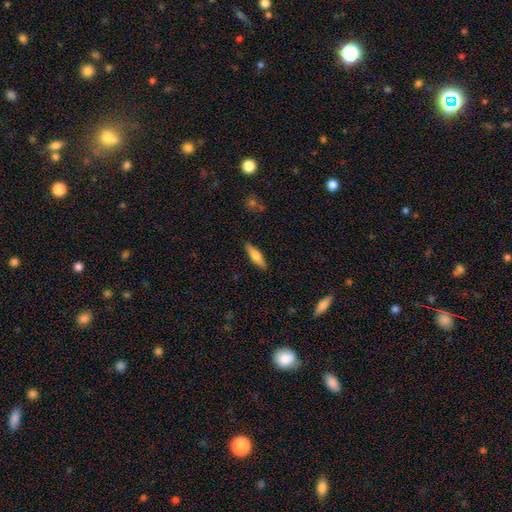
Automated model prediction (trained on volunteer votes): Smooth or featured? Predicted: smooth (p=0.53). How rounded? Predicted: cigar-shaped (p=0.66). Merging? Predicted: none (p=0.89).